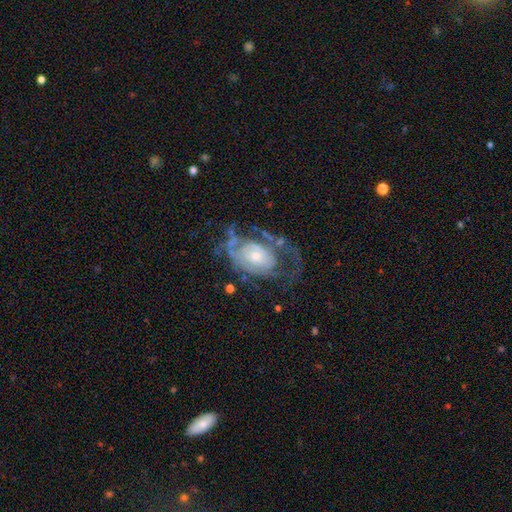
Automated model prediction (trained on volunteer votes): smooth_or_featured: featured or disk (p=0.78) [alt: smooth p=0.16]
disk_edge_on: no (p=0.96) [alt: yes p=0.04]
bar: no (p=0.75) [alt: weak p=0.21]
has_spiral_arms: yes (p=0.75) [alt: no p=0.25]
spiral_winding: tight (p=0.50) [alt: medium p=0.32]
spiral_arm_count: can't tell (p=0.44) [alt: 2 p=0.28]
bulge_size: small (p=0.53) [alt: moderate p=0.38]
merging: none (p=0.39) [alt: major disturbance p=0.37]